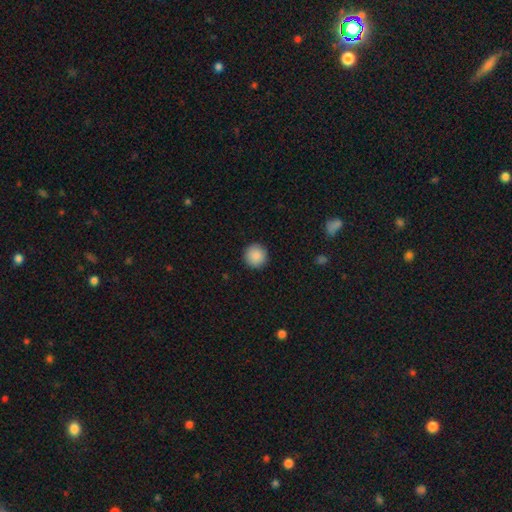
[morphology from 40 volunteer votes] type=smooth (98%); roundness=round (100%); merging=none (92%).